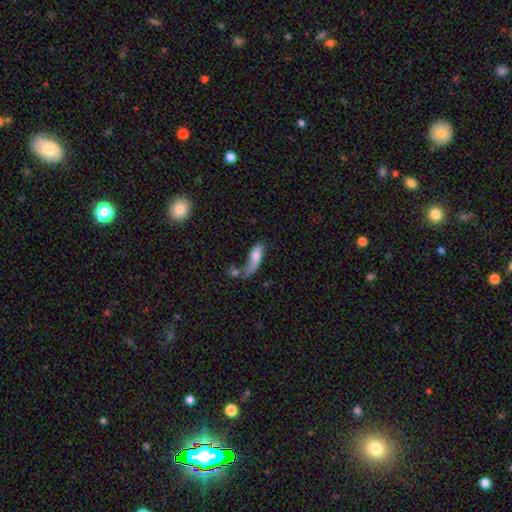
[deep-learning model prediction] Smooth or featured? Predicted: smooth (p=0.71). How rounded? Predicted: in between (p=0.57). Merging? Predicted: merger (p=0.30).